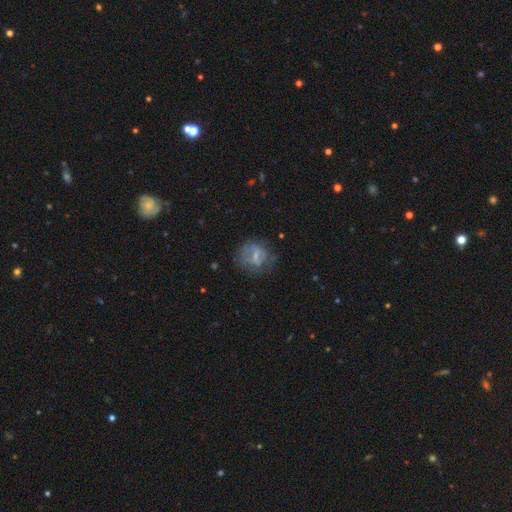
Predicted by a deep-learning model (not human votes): A featured or disk galaxy (50%).

Vote fractions:
- Smooth or featured? featured or disk: 50% / smooth: 40% / star or artifact: 11%
- Merging? none: 54% / minor disturbance: 22% / major disturbance: 21% / merger: 3%